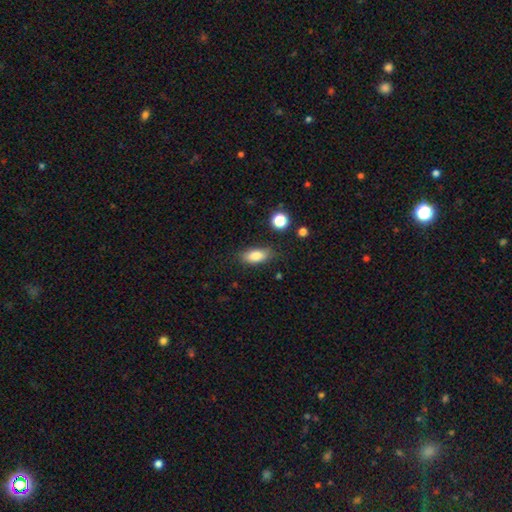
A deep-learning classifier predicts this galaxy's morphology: The model was most divided on "merging": none: 80%, minor disturbance: 14%, major disturbance: 3%, merger: 2%. More confident: how rounded — in between (85%); smooth or featured — smooth (84%).